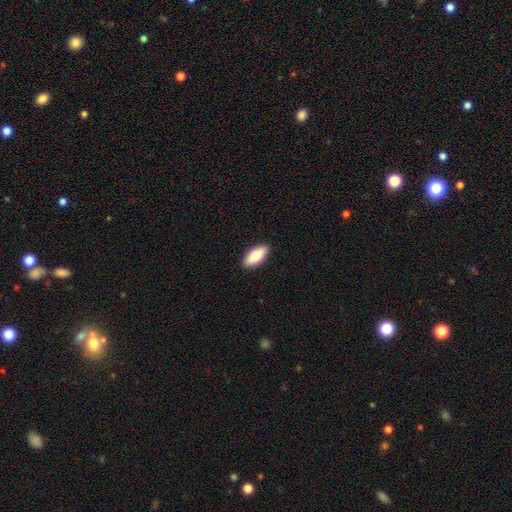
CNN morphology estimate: The model was most divided on "smooth or featured": smooth: 76%, featured or disk: 18%, star or artifact: 6%. More confident: merging — none (91%); how rounded — in between (83%).